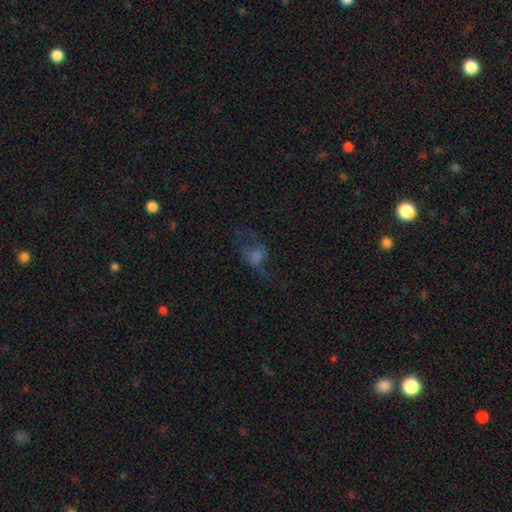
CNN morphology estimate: Q: Smooth or featured?
A: featured or disk (37%); runner-up: smooth (36%)
Q: Merging?
A: none (43%); runner-up: major disturbance (36%)